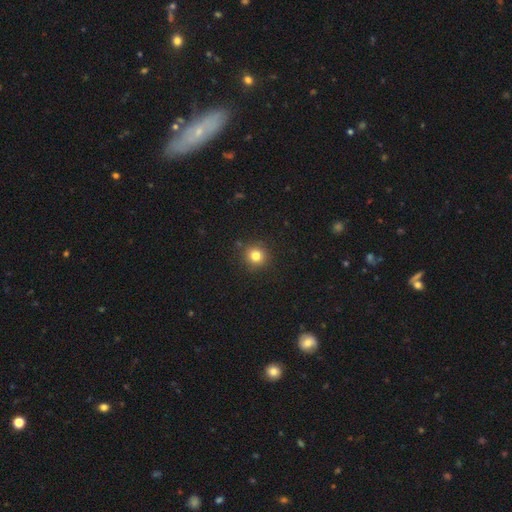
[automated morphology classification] Q: Smooth or featured?
A: smooth (80%); runner-up: star or artifact (14%)
Q: How rounded?
A: round (93%); runner-up: in between (6%)
Q: Merging?
A: none (90%); runner-up: minor disturbance (6%)